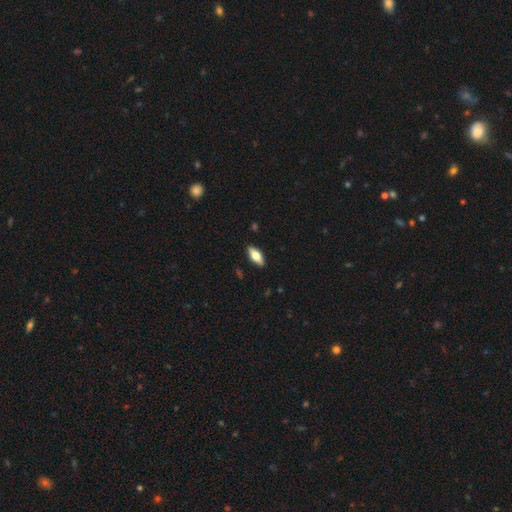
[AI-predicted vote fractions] Smooth or featured: smooth — 59% (featured or disk — 35%)
How rounded: in between — 78% (cigar-shaped — 20%)
Merging: none — 89% (minor disturbance — 8%)